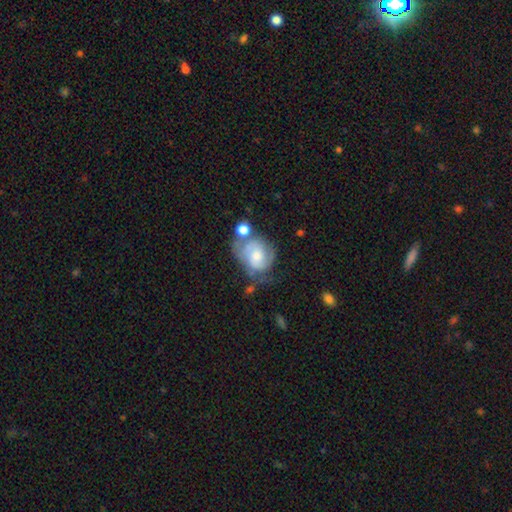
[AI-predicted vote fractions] Smooth or featured: featured or disk — 57% (smooth — 36%)
Edge-on disk: no — 97% (yes — 3%)
Bar: no — 67% (weak — 28%)
Spiral arms: yes — 79% (no — 21%)
Bulge size: moderate — 45% (small — 31%)
Merging: none — 34% (minor disturbance — 24%)